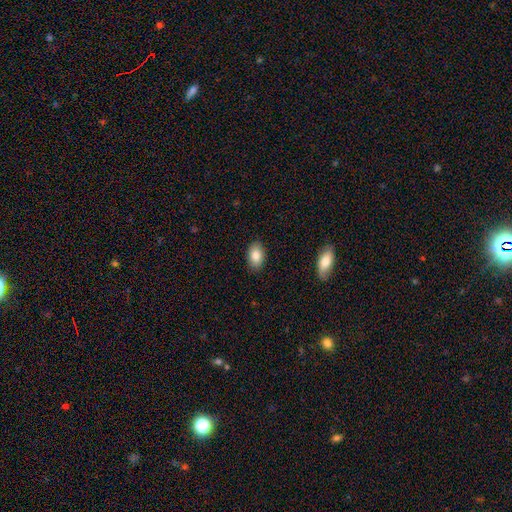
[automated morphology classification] A smooth galaxy with no disk features (84%) that is in between round and cigar-shaped (91%).

Vote fractions:
- Smooth or featured? smooth: 84% / featured or disk: 9% / star or artifact: 7%
- How rounded? in between: 91% / round: 7% / cigar-shaped: 1%
- Merging? none: 88% / minor disturbance: 9% / major disturbance: 2% / merger: 1%